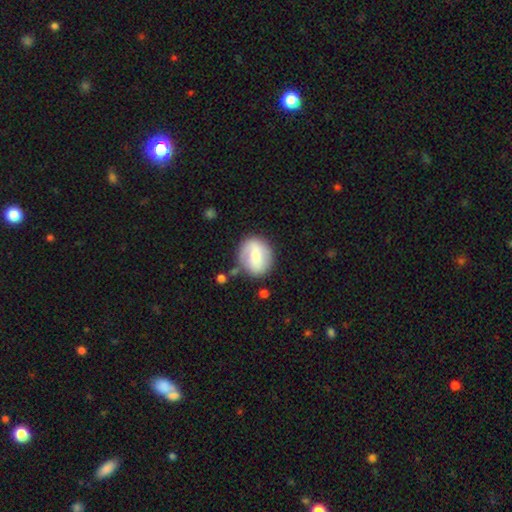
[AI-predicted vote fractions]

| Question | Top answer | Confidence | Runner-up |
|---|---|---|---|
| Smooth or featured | smooth | 58% | featured or disk (35%) |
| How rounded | round | 70% | in between (29%) |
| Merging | none | 74% | minor disturbance (16%) |